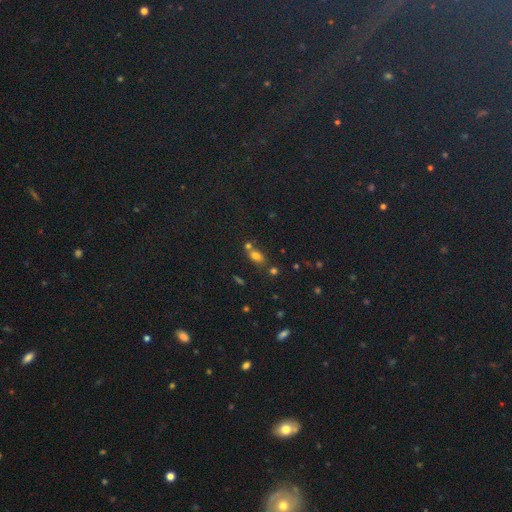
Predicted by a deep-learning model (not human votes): This is likely a smooth galaxy (71%). How rounded: likely in between (77%). Merging: possibly none (52%).